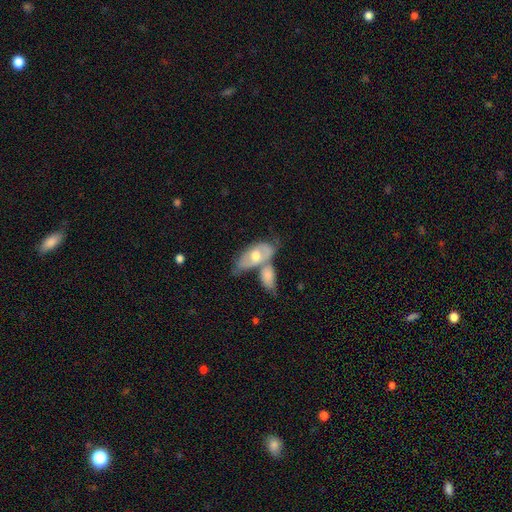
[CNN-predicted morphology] Smooth or featured: smooth — 48% (featured or disk — 47%)
Merging: merger — 49% (none — 29%)